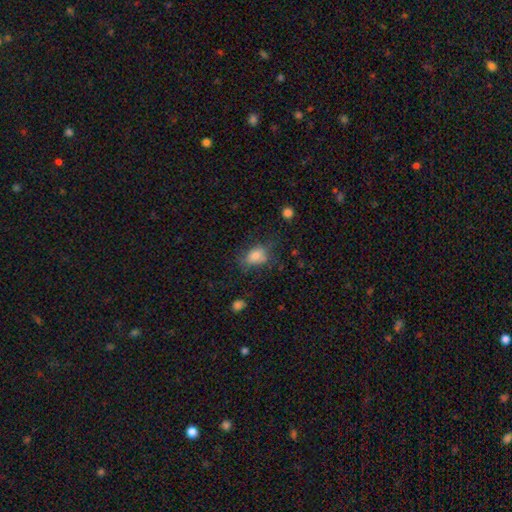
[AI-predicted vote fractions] Morphology: type=smooth (78%); roundness=in between (78%); merging=none (57%).